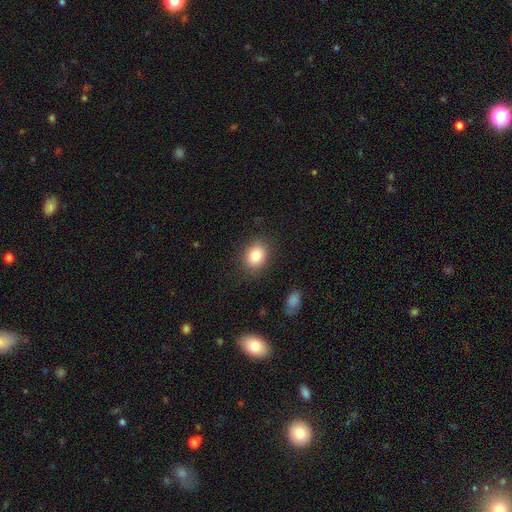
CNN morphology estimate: This is clearly a smooth galaxy (84%). How rounded: possibly in between (53%). Merging: clearly none (85%).